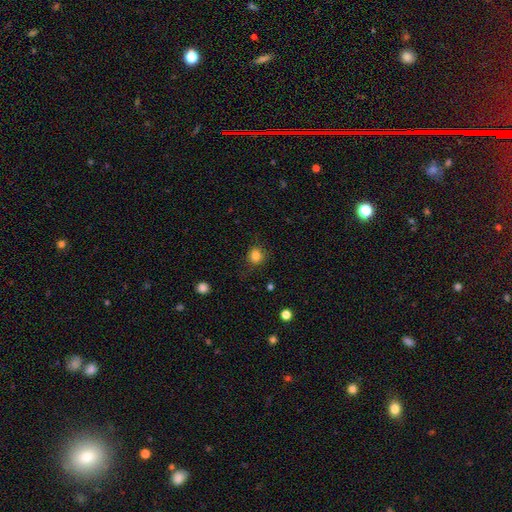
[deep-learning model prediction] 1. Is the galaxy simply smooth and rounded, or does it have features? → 82% smooth, 12% star or artifact, 6% featured or disk.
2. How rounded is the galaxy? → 80% round, 19% in between, 1% cigar-shaped.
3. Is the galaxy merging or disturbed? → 79% none, 15% minor disturbance, 5% major disturbance, 1% merger.